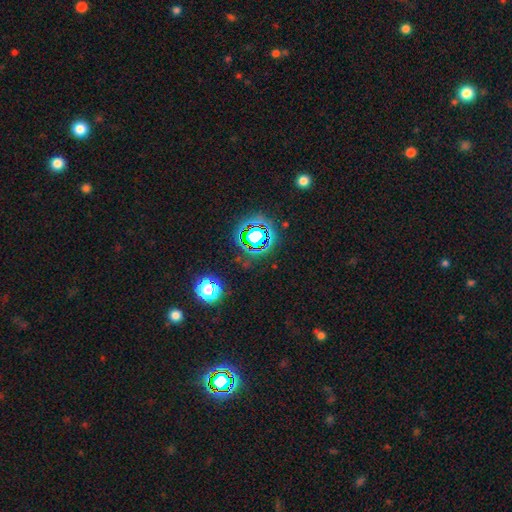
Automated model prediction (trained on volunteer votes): Smooth or featured? star or artifact (75%)